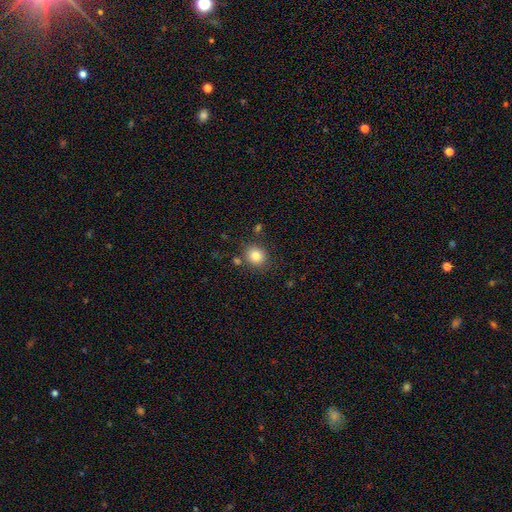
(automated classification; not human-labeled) A smooth galaxy with no disk features (82%) that is round (77%). Merging: none (81%).